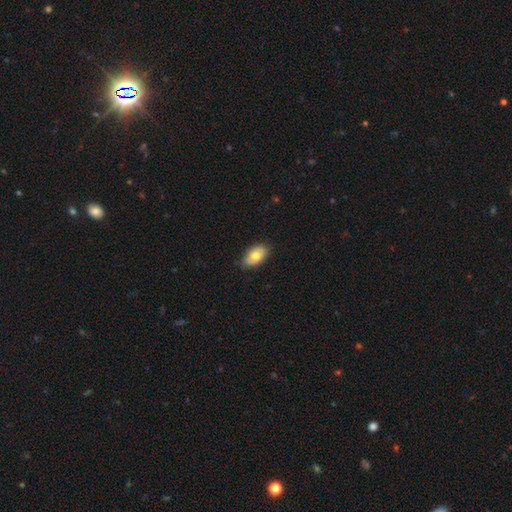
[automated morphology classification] A smooth galaxy with no disk features (75%) that is in between round and cigar-shaped (91%). Merging: none (78%).